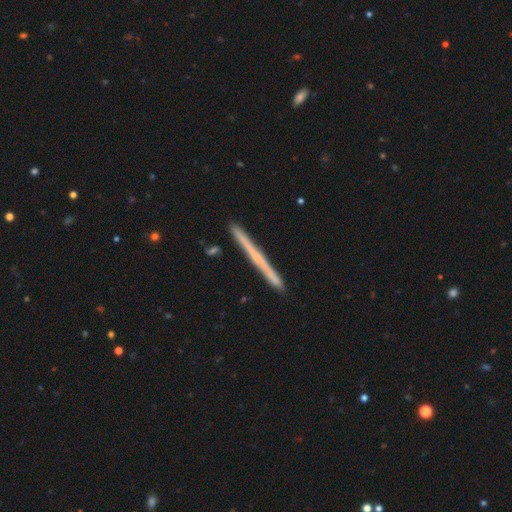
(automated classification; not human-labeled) Smooth or featured? Predicted: featured or disk (p=0.56). Edge-on disk? Predicted: yes (p=0.98). Edge-on bulge? Predicted: none (p=0.79). Merging? Predicted: none (p=0.90).